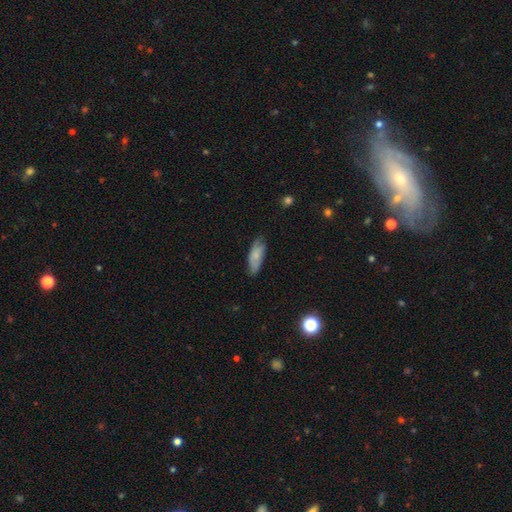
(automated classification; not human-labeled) A smooth galaxy with no disk features (75%) that is in between round and cigar-shaped (71%). Merging: none (72%).